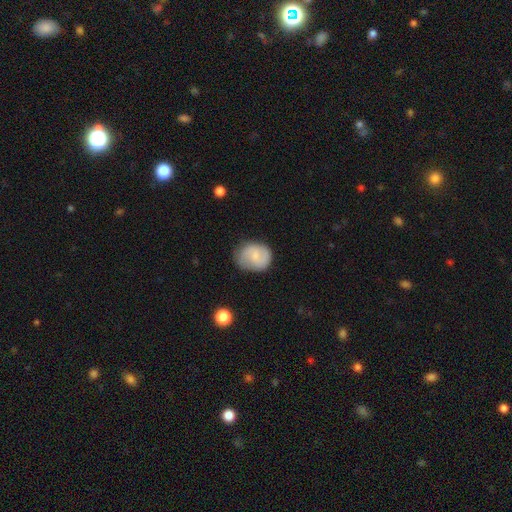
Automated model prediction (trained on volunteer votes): Q: Smooth or featured?
A: smooth (63%); runner-up: featured or disk (30%)
Q: How rounded?
A: round (55%); runner-up: in between (44%)
Q: Merging?
A: none (65%); runner-up: minor disturbance (26%)